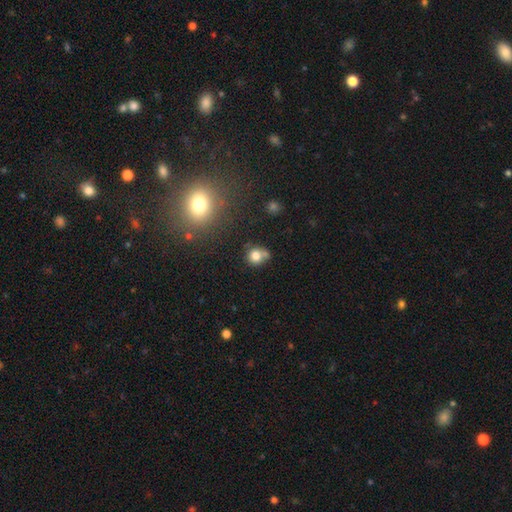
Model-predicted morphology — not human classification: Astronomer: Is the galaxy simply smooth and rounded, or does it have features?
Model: smooth — 78%.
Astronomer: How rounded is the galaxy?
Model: round — 82%.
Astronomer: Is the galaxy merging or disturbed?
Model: none — 50% (runner-up: merger, 27%).